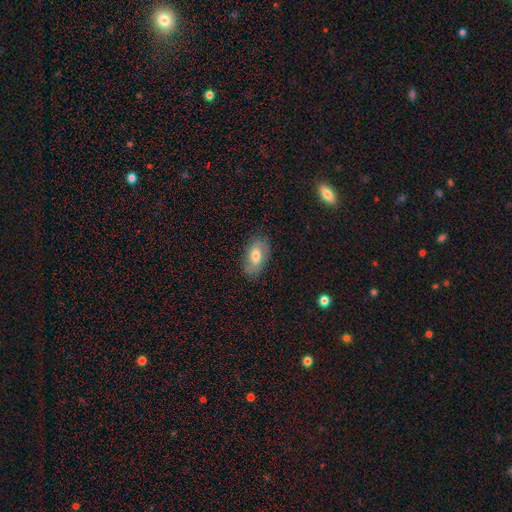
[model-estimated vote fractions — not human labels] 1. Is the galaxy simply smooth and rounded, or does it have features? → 65% smooth, 27% featured or disk, 8% star or artifact.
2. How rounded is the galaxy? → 91% in between, 6% round, 3% cigar-shaped.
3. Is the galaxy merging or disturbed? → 78% none, 16% minor disturbance, 4% major disturbance, 1% merger.